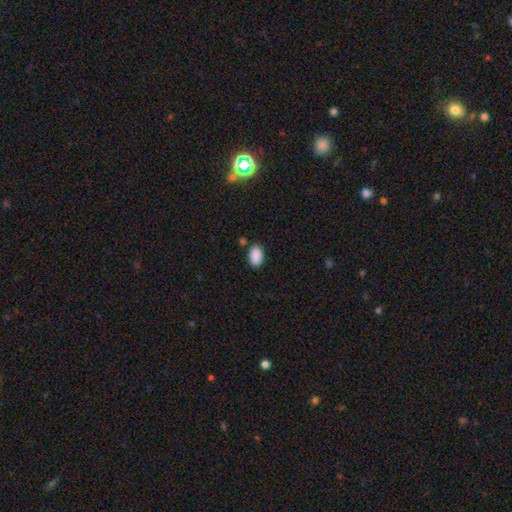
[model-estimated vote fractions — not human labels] smooth_or_featured: smooth (p=0.89) [alt: star or artifact p=0.08]
how_rounded: in between (p=0.89) [alt: round p=0.10]
merging: none (p=0.82) [alt: minor disturbance p=0.12]